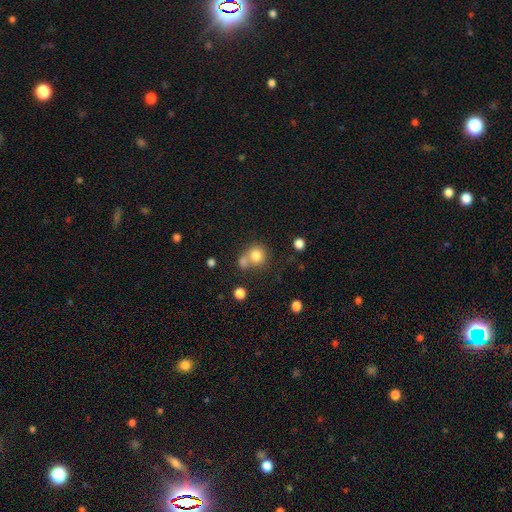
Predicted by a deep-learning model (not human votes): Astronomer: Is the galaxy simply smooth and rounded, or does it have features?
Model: smooth — 80%.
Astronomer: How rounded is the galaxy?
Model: round — 83%.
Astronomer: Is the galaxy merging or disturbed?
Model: none — 45% (runner-up: merger, 40%).